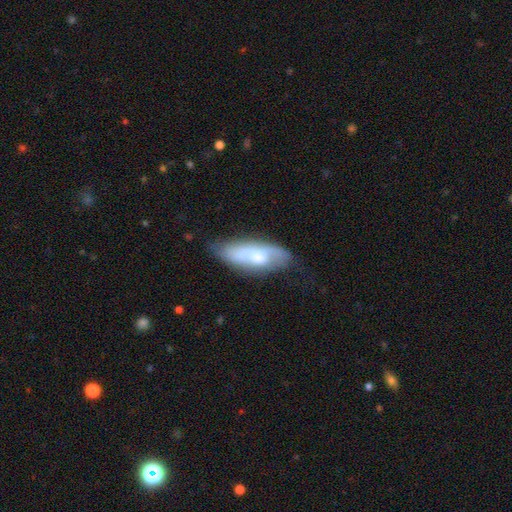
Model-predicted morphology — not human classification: Overall: smooth (52%; featured or disk 42%). How rounded: in between (73%). Merging: none (60%; minor disturbance 29%).